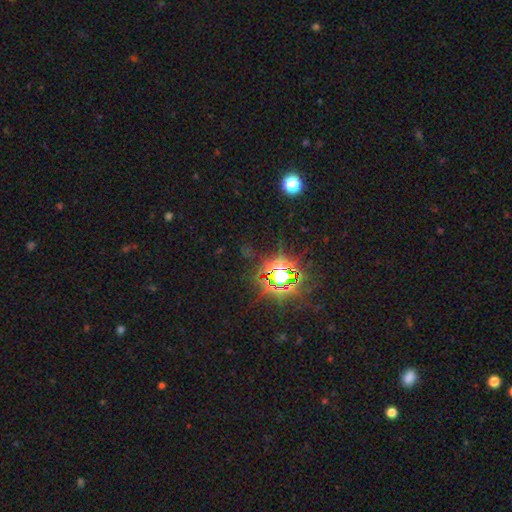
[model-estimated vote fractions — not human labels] smooth-or-featured: star or artifact: 81% | smooth: 12% | featured or disk: 7%